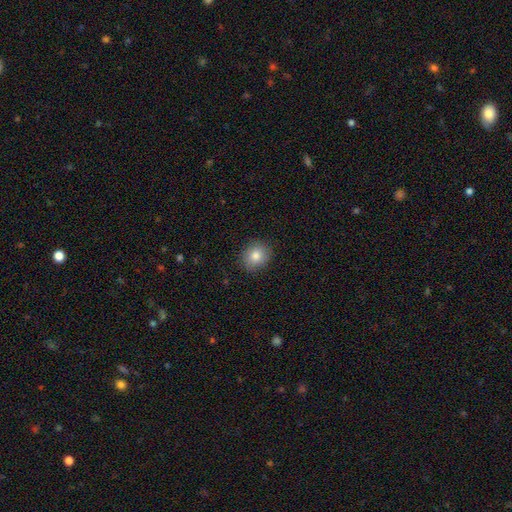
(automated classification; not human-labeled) Smooth or featured: smooth — 82% (star or artifact — 10%)
How rounded: round — 67% (in between — 32%)
Merging: none — 87% (minor disturbance — 10%)